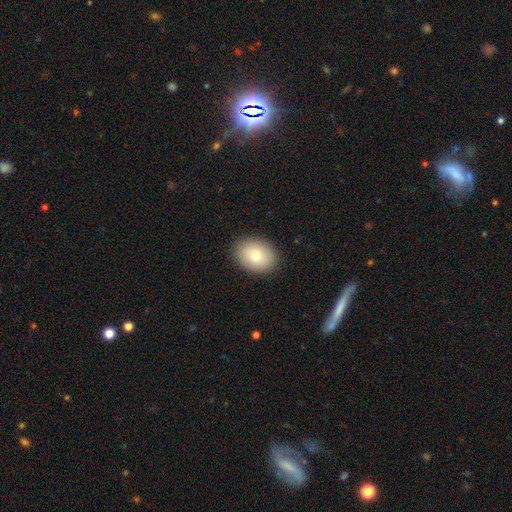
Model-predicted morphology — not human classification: This appears to be a smooth galaxy with no disk features (82%) that is in between round and cigar-shaped (69%). Merging: none (89%).